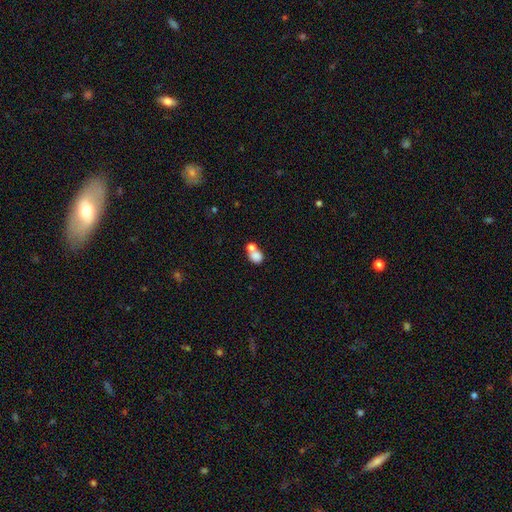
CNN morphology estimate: smooth-or-featured: smooth: 79% | featured or disk: 11% | star or artifact: 10%
  how-rounded: round: 56% | in between: 43% | cigar-shaped: 1%
  merging: merger: 54% | none: 33% | minor disturbance: 8% | major disturbance: 5%